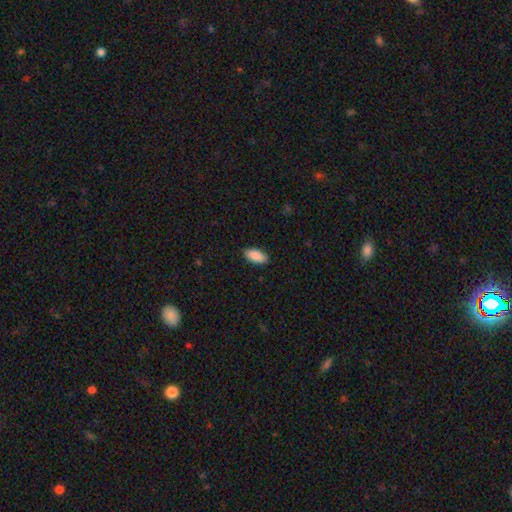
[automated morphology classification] The model was most divided on "merging": none: 89%, minor disturbance: 9%, major disturbance: 2%, merger: 1%. More confident: how rounded — in between (91%); smooth or featured — smooth (89%).